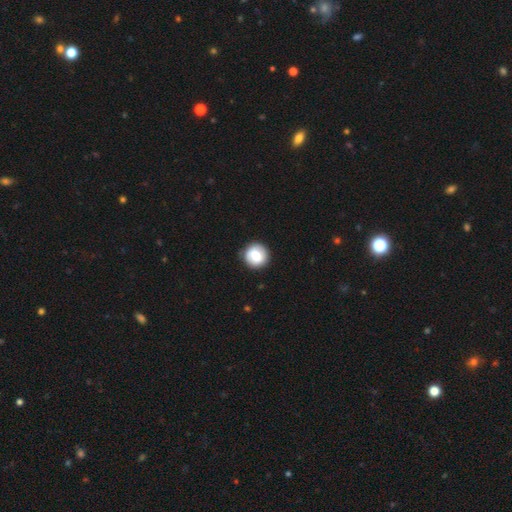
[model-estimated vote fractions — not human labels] Smooth or featured? Predicted: smooth (p=0.72). How rounded? Predicted: round (p=0.94). Merging? Predicted: none (p=0.89).